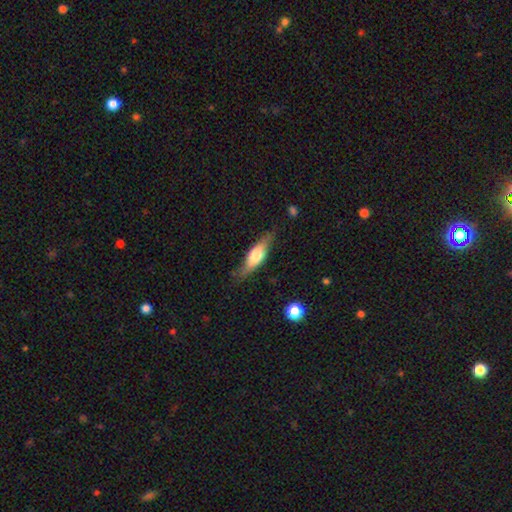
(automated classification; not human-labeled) Smooth or featured: smooth — 53% (featured or disk — 41%)
How rounded: cigar-shaped — 49% (tied with in between — 49%)
Merging: none — 74% (minor disturbance — 20%)